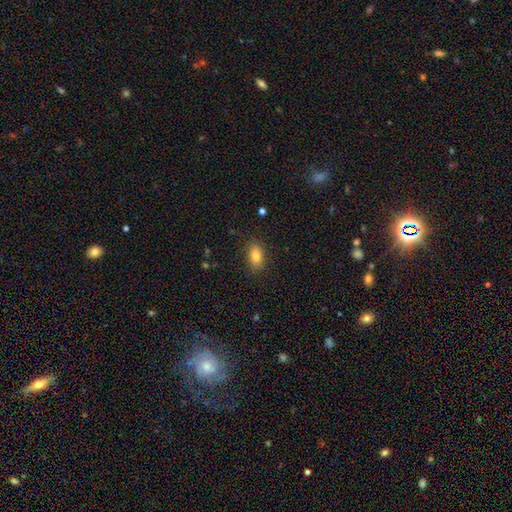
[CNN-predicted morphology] This appears to be a smooth galaxy with no disk features (82%) that is in between round and cigar-shaped (86%). Merging: none (85%).